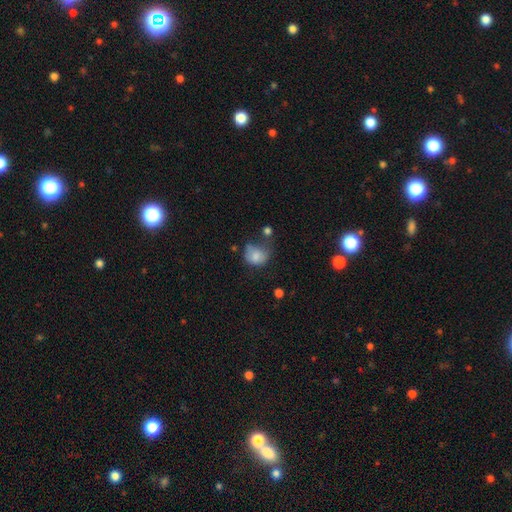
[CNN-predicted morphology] Smooth or featured? Predicted: smooth (p=0.75). How rounded? Predicted: round (p=0.56). Merging? Predicted: none (p=0.33).